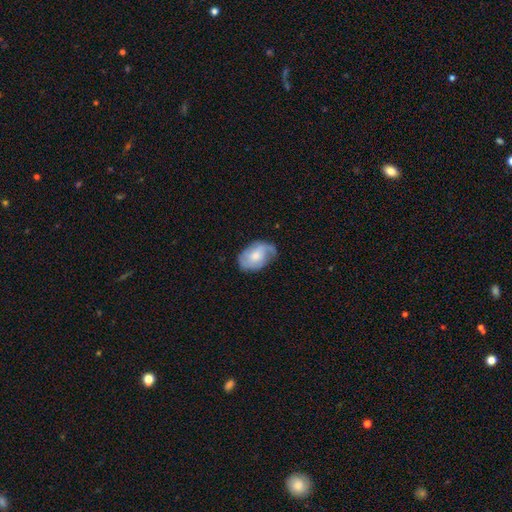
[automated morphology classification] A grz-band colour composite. It shows a featured or disk galaxy (57%) with no bar (67%), spiral arms (85%) and a moderate central bulge (52%). Merging: none (61%).